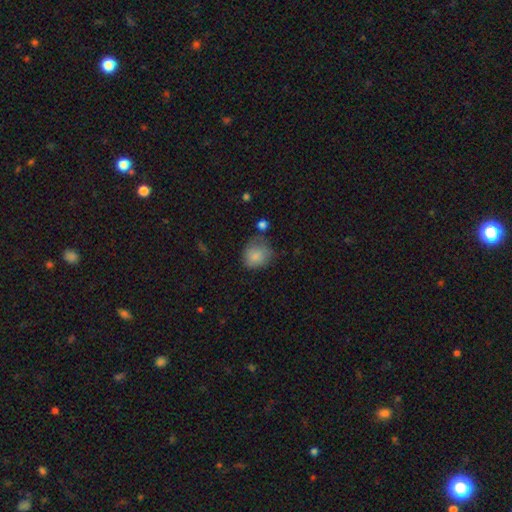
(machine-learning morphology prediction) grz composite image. It shows a smooth galaxy with no disk features (83%) that is round (73%). Merging: none (53%).